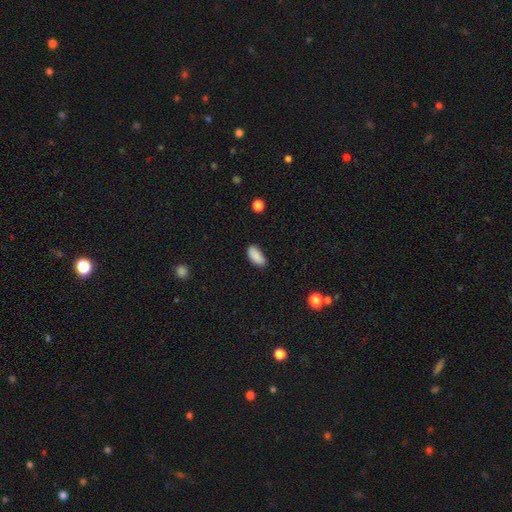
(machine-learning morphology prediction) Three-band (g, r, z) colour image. It shows a smooth galaxy with no disk features (89%) that is in between round and cigar-shaped (89%). Merging: none (80%).